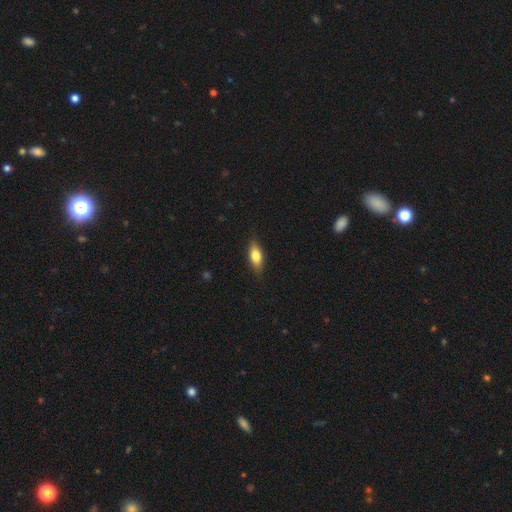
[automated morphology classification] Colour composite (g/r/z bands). It shows a smooth galaxy with no disk features (70%) that is in between round and cigar-shaped (74%). Merging: none (83%).